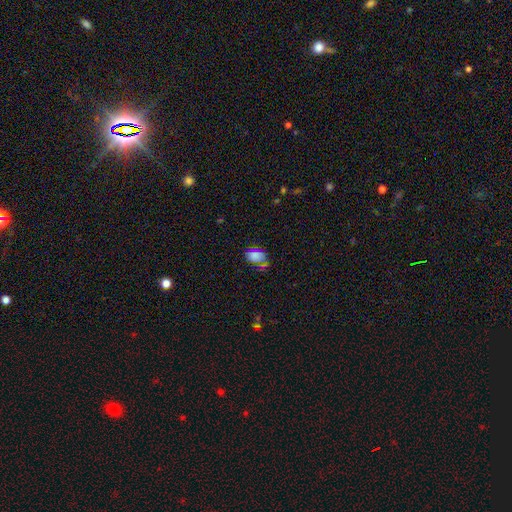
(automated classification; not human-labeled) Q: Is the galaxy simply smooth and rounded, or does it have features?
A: smooth — 69%.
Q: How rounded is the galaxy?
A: in between — 80%.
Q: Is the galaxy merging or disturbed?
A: none — 61%.